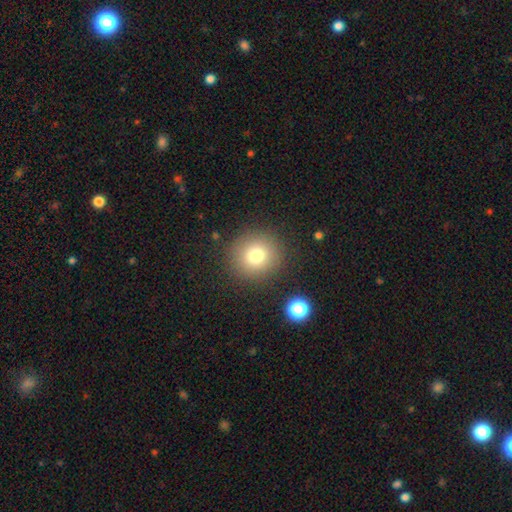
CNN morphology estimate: type=smooth (76%); roundness=round (91%); merging=none (88%).